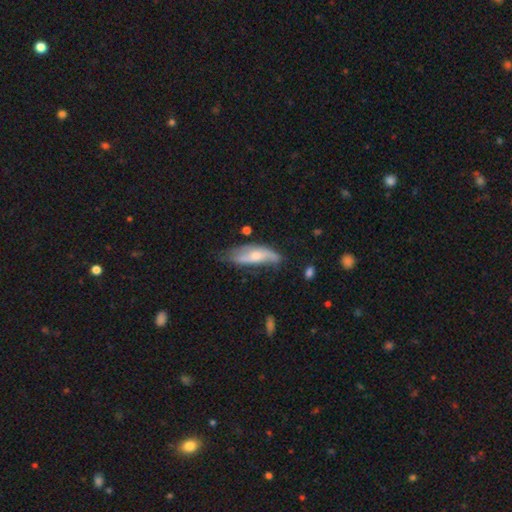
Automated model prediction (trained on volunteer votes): The model was most divided on "merging": none: 45%, minor disturbance: 35%, major disturbance: 15%, merger: 4%. More confident: edge-on disk — no (75%); smooth or featured — featured or disk (55%).